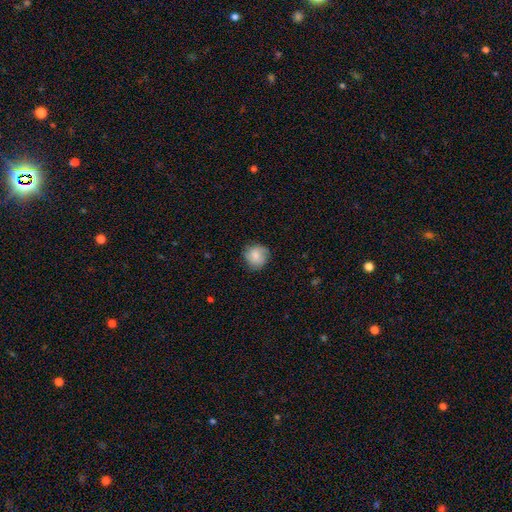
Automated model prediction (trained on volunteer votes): Morphology: type=smooth (83%); roundness=round (89%); merging=none (78%).